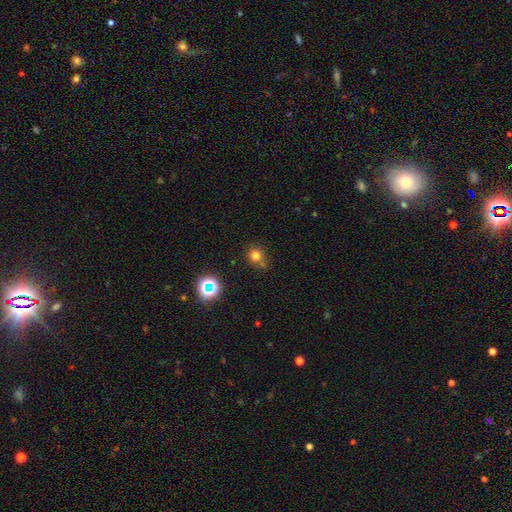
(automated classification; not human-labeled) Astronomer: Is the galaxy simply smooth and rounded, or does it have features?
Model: smooth — 74%.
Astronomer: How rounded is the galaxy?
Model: round — 85%.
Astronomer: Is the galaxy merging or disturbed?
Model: none — 61%.